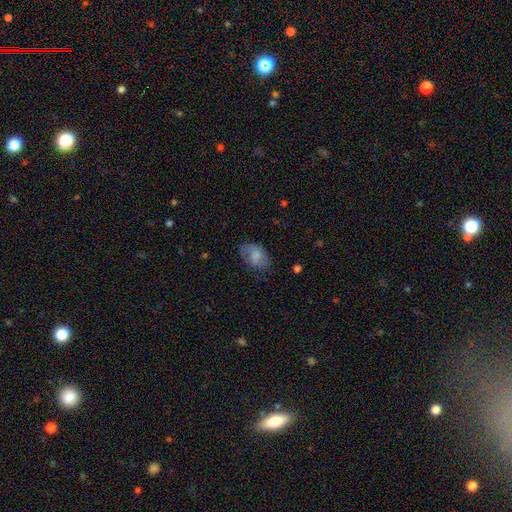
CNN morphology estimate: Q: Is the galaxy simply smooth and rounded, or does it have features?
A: smooth — 72%.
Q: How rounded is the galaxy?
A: in between — 89%.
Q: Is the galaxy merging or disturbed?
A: none — 64%.